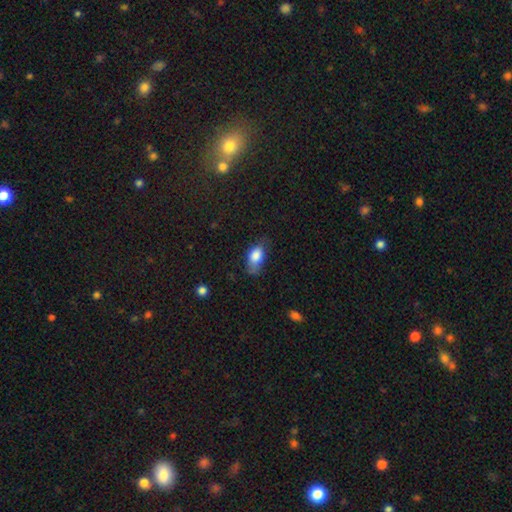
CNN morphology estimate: A smooth galaxy with no disk features (81%) that is in between round and cigar-shaped (89%). Merging: none (52%).